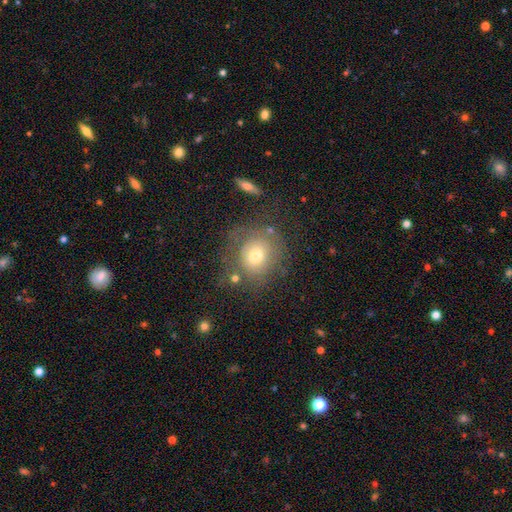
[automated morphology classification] Q: Smooth or featured?
A: smooth (64%); runner-up: featured or disk (25%)
Q: How rounded?
A: round (75%); runner-up: in between (24%)
Q: Merging?
A: none (63%); runner-up: minor disturbance (19%)